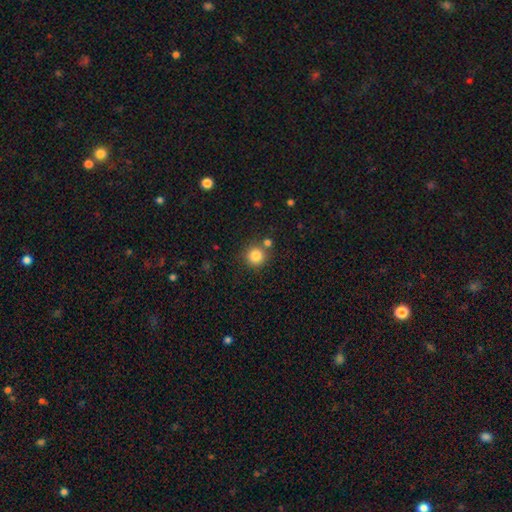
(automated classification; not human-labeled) A smooth galaxy with no disk features (83%) that is round (94%).

Vote fractions:
- Smooth or featured? smooth: 83% / star or artifact: 11% / featured or disk: 6%
- How rounded? round: 94% / in between: 5% / cigar-shaped: 1%
- Merging? none: 77% / merger: 12% / minor disturbance: 8% / major disturbance: 3%